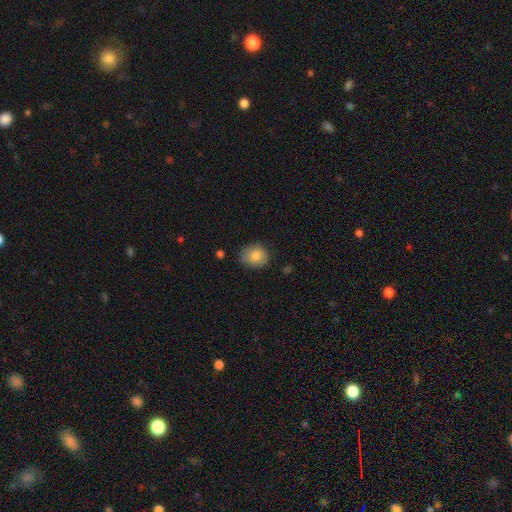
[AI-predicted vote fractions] smooth-or-featured: smooth: 81% | featured or disk: 11% | star or artifact: 8%
  how-rounded: round: 64% | in between: 36% | cigar-shaped: 1%
  merging: none: 74% | minor disturbance: 20% | major disturbance: 4% | merger: 2%